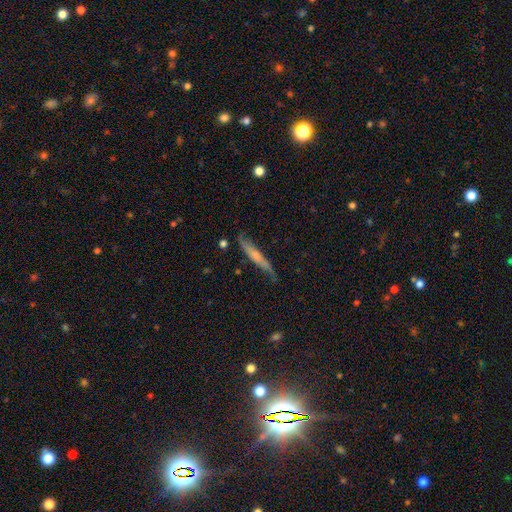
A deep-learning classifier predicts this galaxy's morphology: smooth 53%, featured or disk 41%, star or artifact 6%. Down the decision tree: how rounded — cigar-shaped (93%); merging — none (67%).